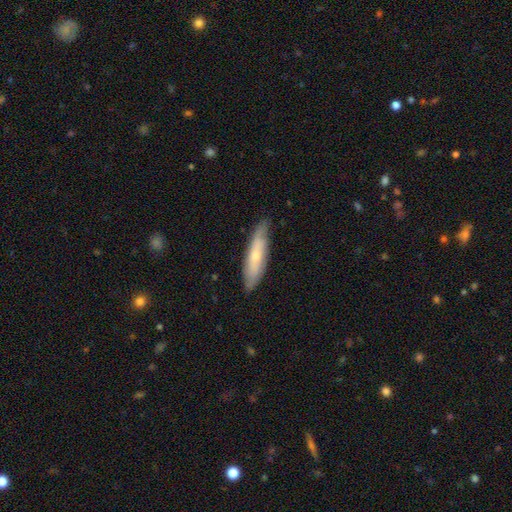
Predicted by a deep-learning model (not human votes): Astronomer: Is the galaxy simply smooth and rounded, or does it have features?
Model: smooth — 52% (runner-up: featured or disk, 42%).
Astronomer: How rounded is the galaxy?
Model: cigar-shaped — 70%.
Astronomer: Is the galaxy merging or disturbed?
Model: none — 80%.